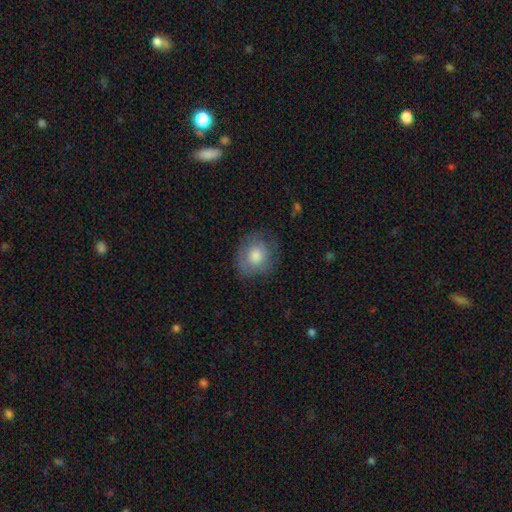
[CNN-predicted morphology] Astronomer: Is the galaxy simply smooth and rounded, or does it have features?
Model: smooth — 69%.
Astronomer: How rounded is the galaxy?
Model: round — 75%.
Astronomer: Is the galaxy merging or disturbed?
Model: none — 72%.